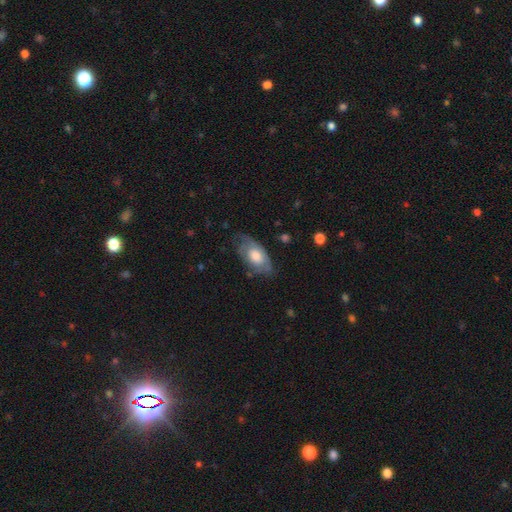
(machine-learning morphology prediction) type=featured or disk (49%); merging=none (58%).